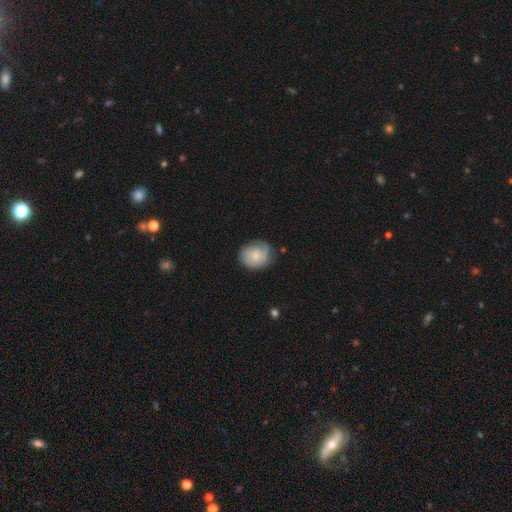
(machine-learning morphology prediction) type=smooth (58%); roundness=round (64%); merging=none (64%).